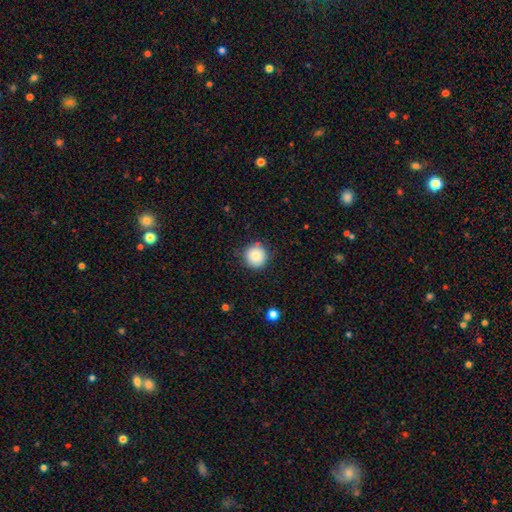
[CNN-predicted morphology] Smooth or featured? Predicted: smooth (p=0.84). How rounded? Predicted: round (p=0.94). Merging? Predicted: none (p=0.85).